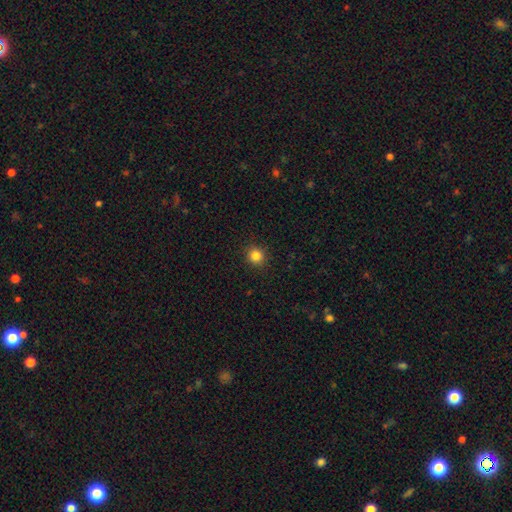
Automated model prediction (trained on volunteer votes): Smooth or featured: smooth — 84% (star or artifact — 12%)
How rounded: round — 93% (in between — 6%)
Merging: none — 92% (minor disturbance — 5%)